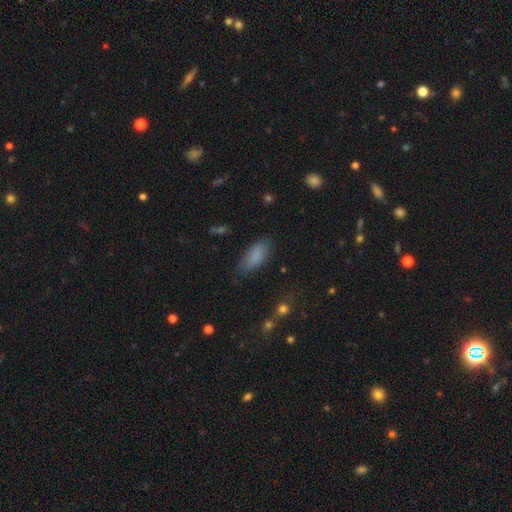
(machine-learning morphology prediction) Overall: smooth (84%). How rounded: in between (79%). Merging: none (76%).